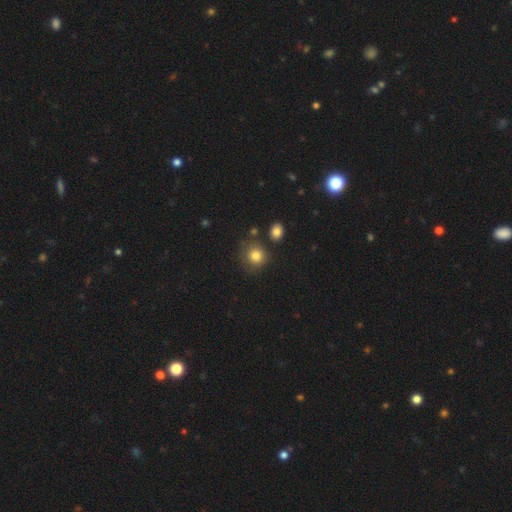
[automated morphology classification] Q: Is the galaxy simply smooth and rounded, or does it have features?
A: smooth — 82%.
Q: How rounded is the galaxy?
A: round — 88%.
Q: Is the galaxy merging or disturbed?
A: none — 77%.